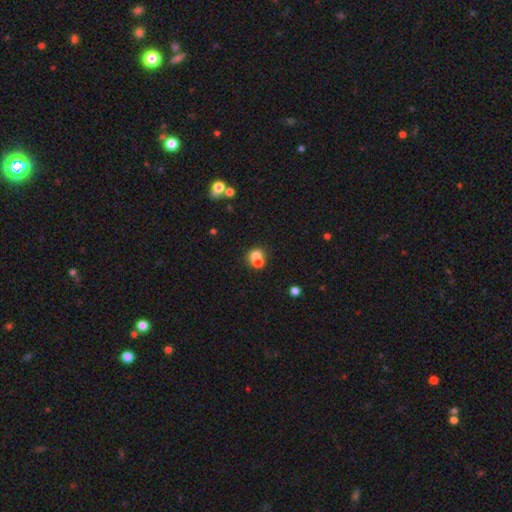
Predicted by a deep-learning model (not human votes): This is likely a smooth galaxy (69%). How rounded: likely round (70%). Merging: possibly merger (57%).